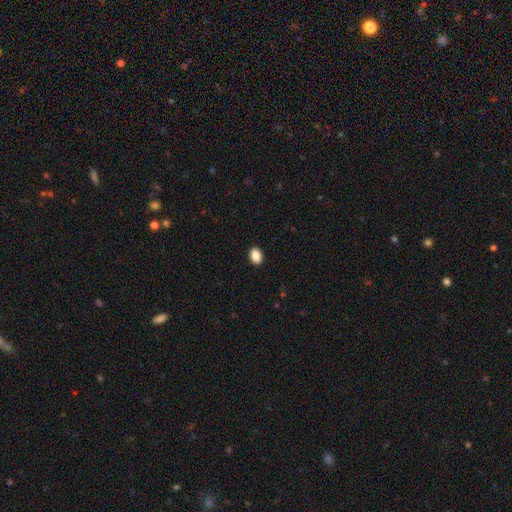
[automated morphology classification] A smooth galaxy with no disk features (89%) that is in between round and cigar-shaped (79%).

Vote fractions:
- Smooth or featured? smooth: 89% / star or artifact: 8% / featured or disk: 3%
- How rounded? in between: 79% / round: 20% / cigar-shaped: 1%
- Merging? none: 91% / minor disturbance: 6% / major disturbance: 2% / merger: 1%